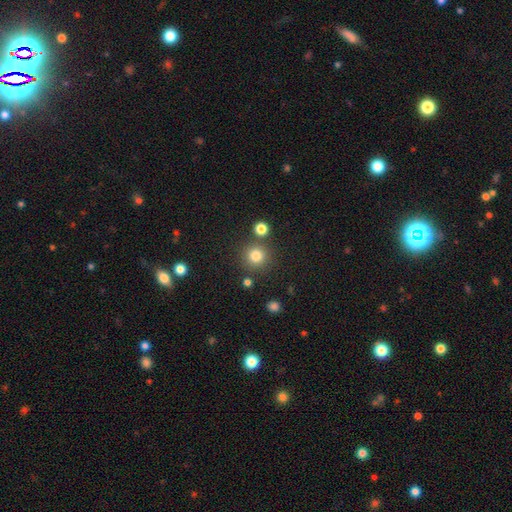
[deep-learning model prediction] Morphology: type=smooth (80%); roundness=round (94%); merging=none (82%).